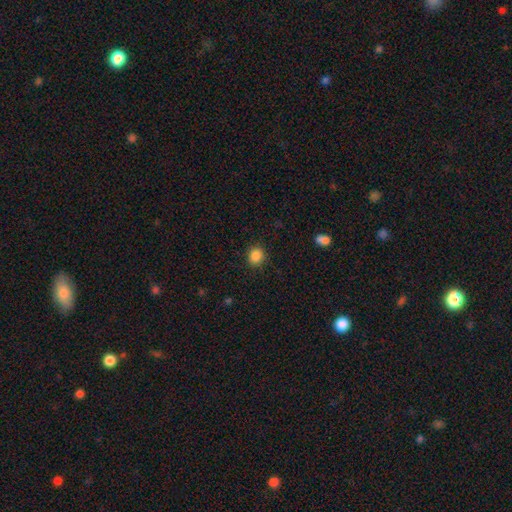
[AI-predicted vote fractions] Smooth or featured? Predicted: smooth (p=0.87). How rounded? Predicted: round (p=0.76). Merging? Predicted: none (p=0.89).